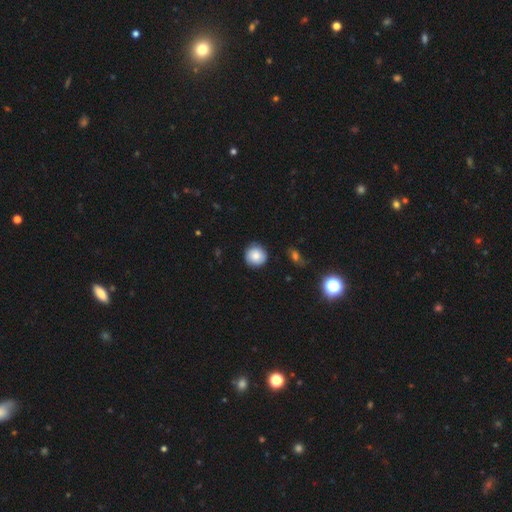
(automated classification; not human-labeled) Smooth or featured? smooth (77%)
How rounded? round (93%)
Merging? none (84%)